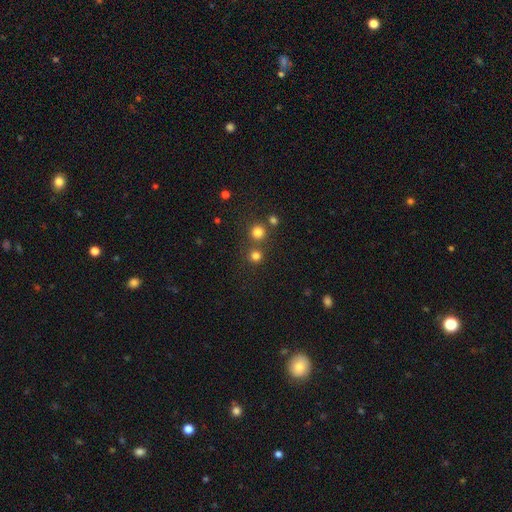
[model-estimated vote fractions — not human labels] Q: Smooth or featured?
A: smooth (76%); runner-up: star or artifact (18%)
Q: How rounded?
A: round (93%); runner-up: in between (6%)
Q: Merging?
A: none (70%); runner-up: merger (21%)